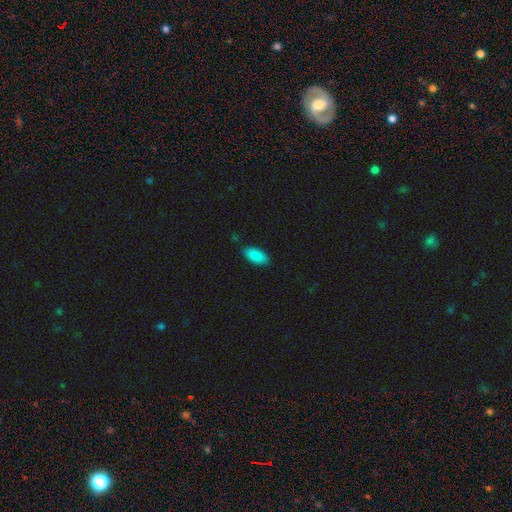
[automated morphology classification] A smooth galaxy with no disk features (89%) that is in between round and cigar-shaped (91%).

Vote fractions:
- Smooth or featured? smooth: 89% / star or artifact: 7% / featured or disk: 4%
- How rounded? in between: 91% / cigar-shaped: 7% / round: 2%
- Merging? none: 85% / minor disturbance: 12% / major disturbance: 2% / merger: 1%